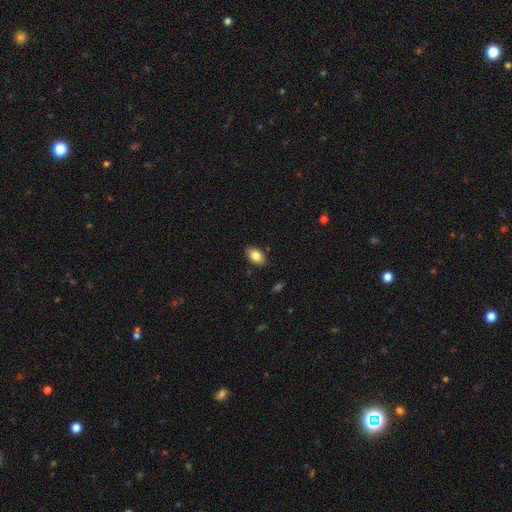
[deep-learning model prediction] Smooth or featured? Predicted: smooth (p=0.83). How rounded? Predicted: in between (p=0.87). Merging? Predicted: none (p=0.86).